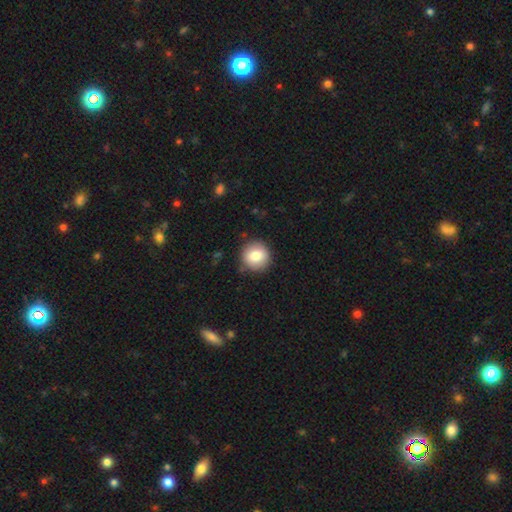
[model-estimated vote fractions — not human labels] This is clearly a smooth galaxy (82%). How rounded: clearly round (93%). Merging: clearly none (88%).